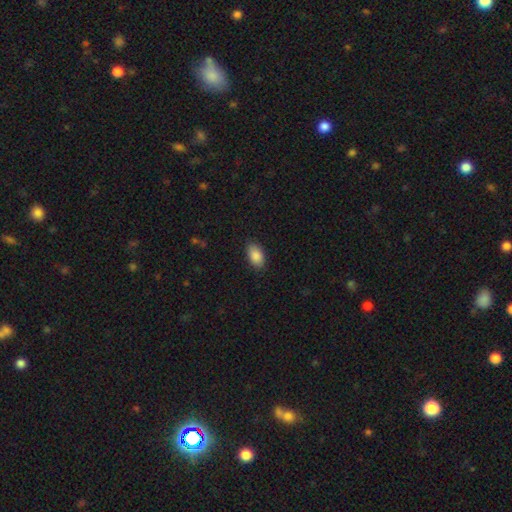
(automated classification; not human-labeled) smooth 89%, star or artifact 7%, featured or disk 4%. Down the decision tree: how rounded — in between (93%); merging — none (85%).